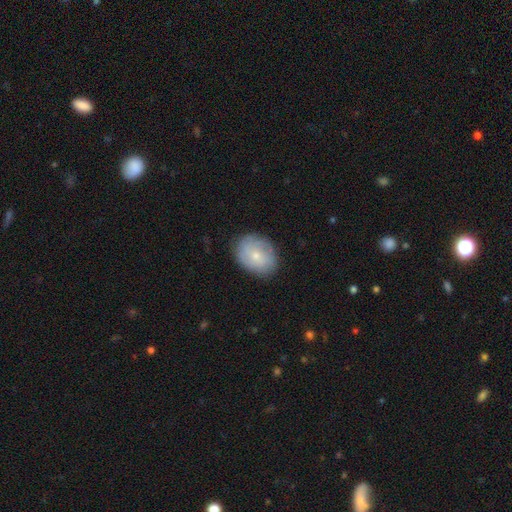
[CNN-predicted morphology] Overall: smooth (67%). How rounded: in between (62%; round 37%). Merging: none (79%).